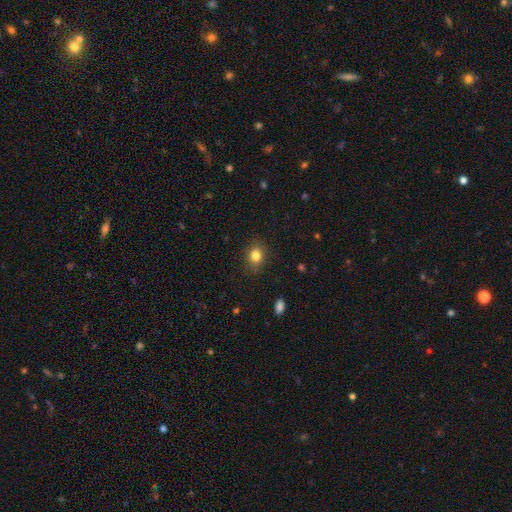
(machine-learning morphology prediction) smooth-or-featured: smooth: 82% | star or artifact: 11% | featured or disk: 6%
  how-rounded: round: 56% | in between: 43% | cigar-shaped: 1%
  merging: none: 85% | minor disturbance: 11% | major disturbance: 3% | merger: 1%